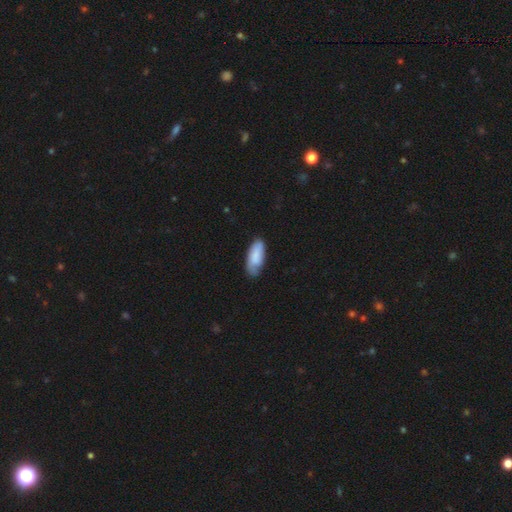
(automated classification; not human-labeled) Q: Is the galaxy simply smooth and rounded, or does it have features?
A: smooth — 79%.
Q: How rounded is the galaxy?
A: in between — 84%.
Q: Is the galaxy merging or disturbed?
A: none — 63%.